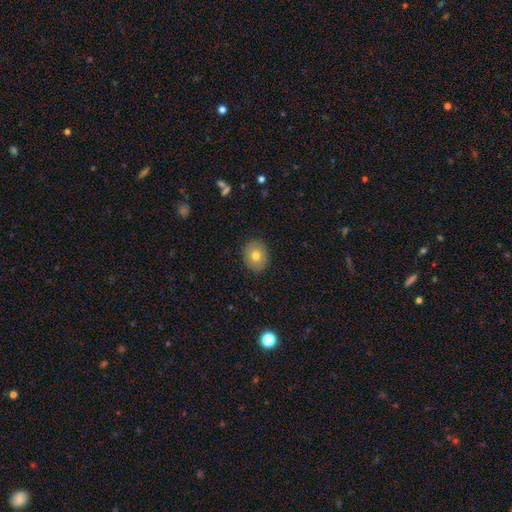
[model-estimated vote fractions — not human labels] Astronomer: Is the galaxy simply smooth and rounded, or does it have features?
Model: smooth — 73%.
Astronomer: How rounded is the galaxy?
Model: round — 61% (runner-up: in between, 38%).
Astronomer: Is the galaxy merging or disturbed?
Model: none — 88%.